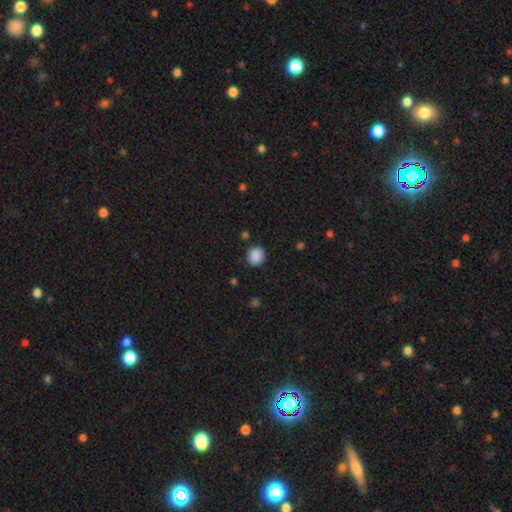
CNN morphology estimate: Smooth or featured? smooth (88%)
How rounded? round (86%)
Merging? none (86%)